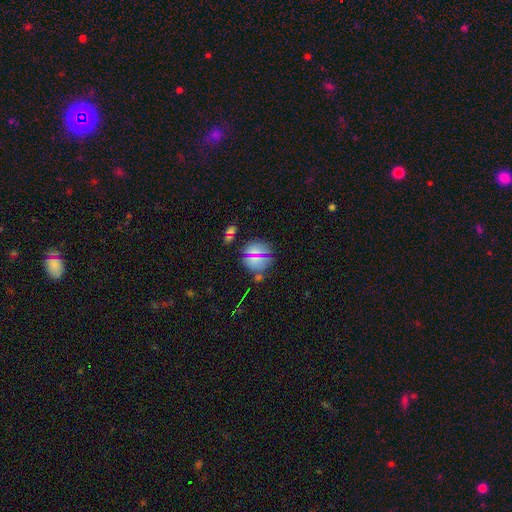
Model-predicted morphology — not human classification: This is possibly a smooth galaxy (53%). How rounded: clearly round (82%). Merging: likely none (74%).